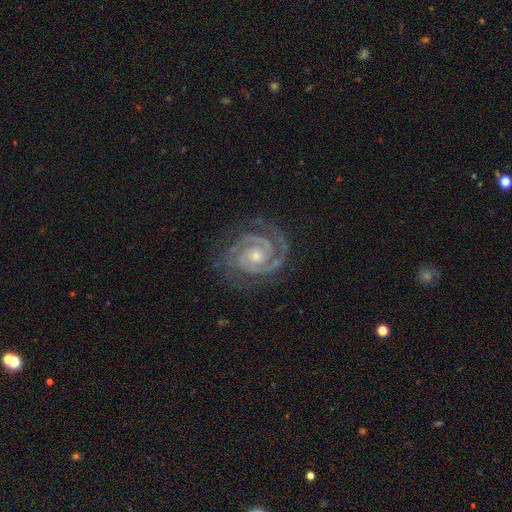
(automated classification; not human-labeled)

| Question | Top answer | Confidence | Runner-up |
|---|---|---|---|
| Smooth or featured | featured or disk | 93% | star or artifact (4%) |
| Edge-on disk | no | 98% | yes (2%) |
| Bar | no | 66% | weak (24%) |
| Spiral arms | yes | 99% | no (1%) |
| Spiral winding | tight | 77% | medium (21%) |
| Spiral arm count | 2 | 83% | 3 (9%) |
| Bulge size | small | 57% | moderate (38%) |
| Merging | none | 79% | minor disturbance (14%) |